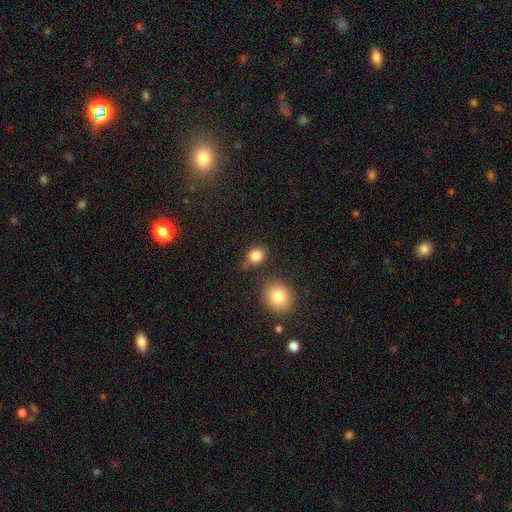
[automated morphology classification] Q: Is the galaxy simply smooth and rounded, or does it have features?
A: smooth — 84%.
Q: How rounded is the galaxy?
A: round — 56%.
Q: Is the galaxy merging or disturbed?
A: none — 74%.